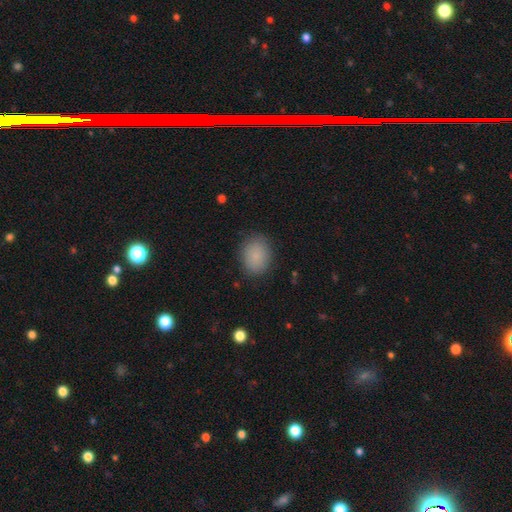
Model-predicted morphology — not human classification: A smooth galaxy with no disk features (86%) that is in between round and cigar-shaped (50%).

Vote fractions:
- Smooth or featured? smooth: 86% / star or artifact: 9% / featured or disk: 5%
- How rounded? in between: 50% / round: 49% / cigar-shaped: 1%
- Merging? none: 85% / minor disturbance: 11% / major disturbance: 3% / merger: 1%